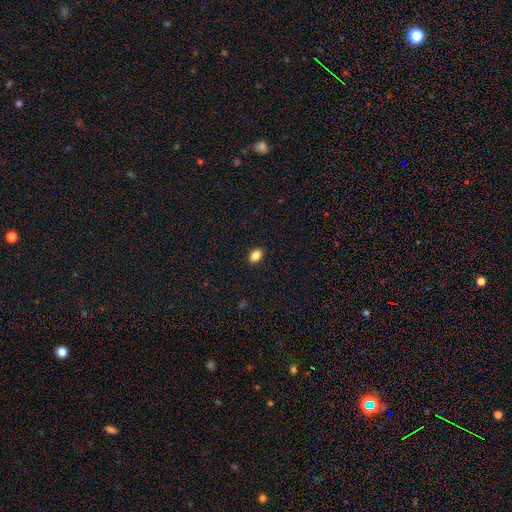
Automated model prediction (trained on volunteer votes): The model was most divided on "how rounded": in between: 80%, round: 19%, cigar-shaped: 1%. More confident: merging — none (90%); smooth or featured — smooth (87%).